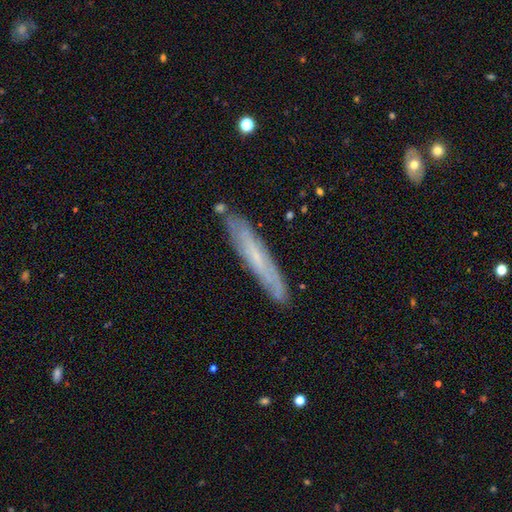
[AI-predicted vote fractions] A featured or disk galaxy (52%) viewed edge-on (70%). Merging: none (85%).